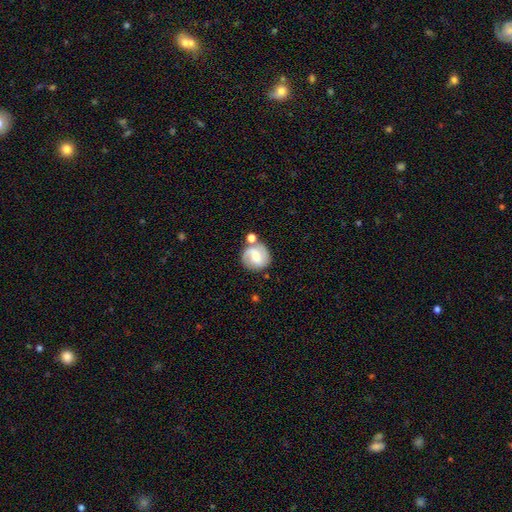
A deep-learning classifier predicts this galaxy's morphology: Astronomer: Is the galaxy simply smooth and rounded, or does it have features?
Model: featured or disk — 62%.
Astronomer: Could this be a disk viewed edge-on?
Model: no — 97%.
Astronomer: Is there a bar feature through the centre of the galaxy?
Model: weak — 51% (runner-up: no, 31%).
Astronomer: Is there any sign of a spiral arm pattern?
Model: yes — 88%.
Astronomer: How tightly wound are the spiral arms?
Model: medium — 45% (runner-up: tight, 35%).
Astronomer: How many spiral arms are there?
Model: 2 — 76%.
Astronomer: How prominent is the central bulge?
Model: moderate — 51% (runner-up: small, 39%).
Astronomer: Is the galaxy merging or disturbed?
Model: none — 61%.